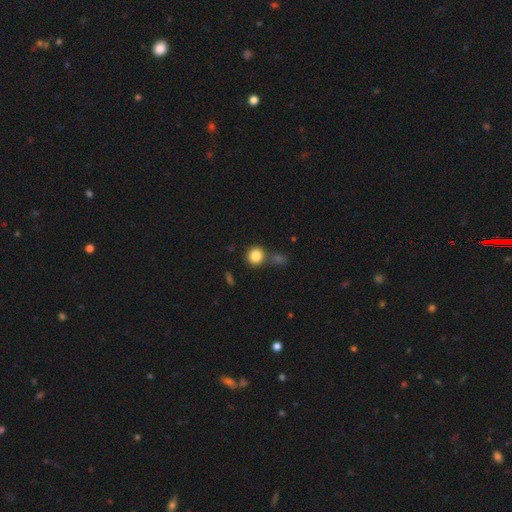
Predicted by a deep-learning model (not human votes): Q: Smooth or featured?
A: smooth (85%); runner-up: star or artifact (10%)
Q: How rounded?
A: round (89%); runner-up: in between (10%)
Q: Merging?
A: none (69%); runner-up: merger (17%)